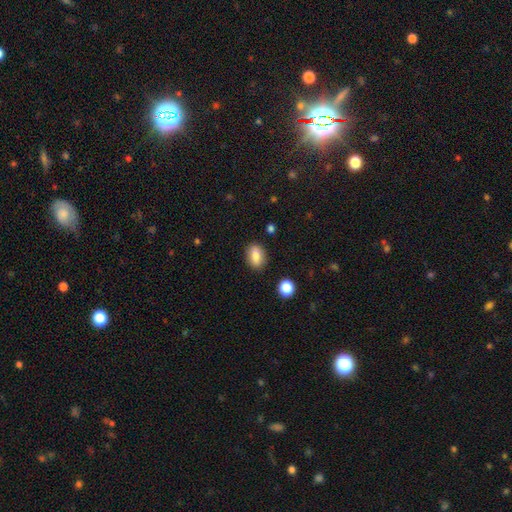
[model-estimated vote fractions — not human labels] smooth-or-featured: smooth: 80% | featured or disk: 12% | star or artifact: 9%
  how-rounded: in between: 79% | round: 16% | cigar-shaped: 5%
  merging: none: 85% | minor disturbance: 10% | major disturbance: 3% | merger: 2%